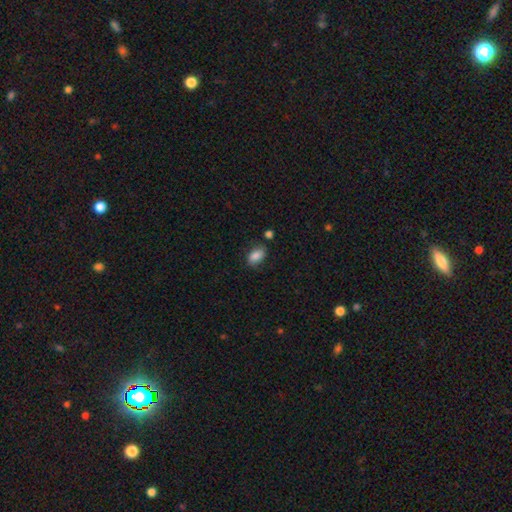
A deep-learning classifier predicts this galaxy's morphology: type=smooth (85%); roundness=in between (90%); merging=none (74%).